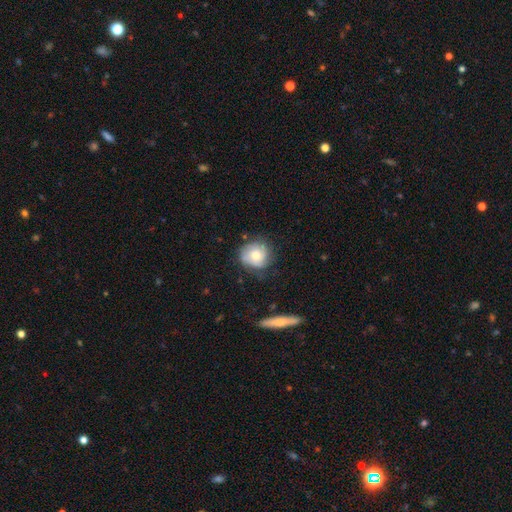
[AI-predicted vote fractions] A smooth galaxy with no disk features (46%, tied with featured or disk).

Vote fractions:
- Smooth or featured? smooth: 46% (tied) / featured or disk: 46% (tied) / star or artifact: 8%
- Merging? none: 69% / minor disturbance: 22% / major disturbance: 7% / merger: 2%